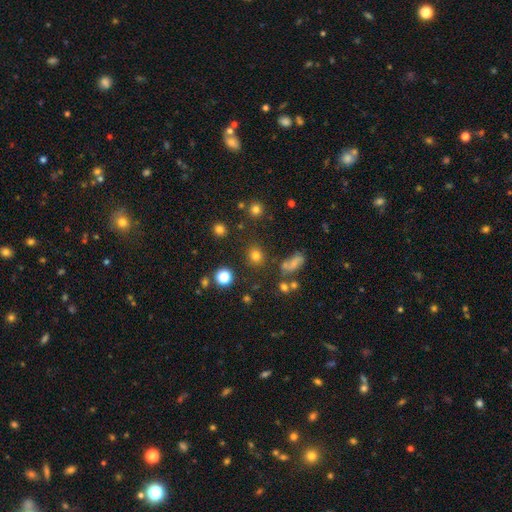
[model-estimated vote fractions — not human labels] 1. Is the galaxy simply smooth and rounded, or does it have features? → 75% smooth, 18% star or artifact, 7% featured or disk.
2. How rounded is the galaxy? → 79% round, 20% in between, 1% cigar-shaped.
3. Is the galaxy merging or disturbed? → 80% none, 10% minor disturbance, 6% merger, 4% major disturbance.